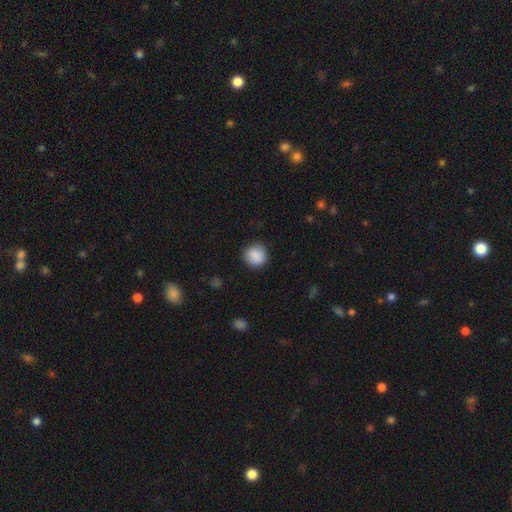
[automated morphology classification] Smooth or featured?
  - smooth: 88% *
  - star or artifact: 8%
  - featured or disk: 4%
How rounded?
  - round: 88% *
  - in between: 11%
  - cigar-shaped: 1%
Merging?
  - none: 86% *
  - minor disturbance: 10%
  - major disturbance: 3%
  - merger: 1%